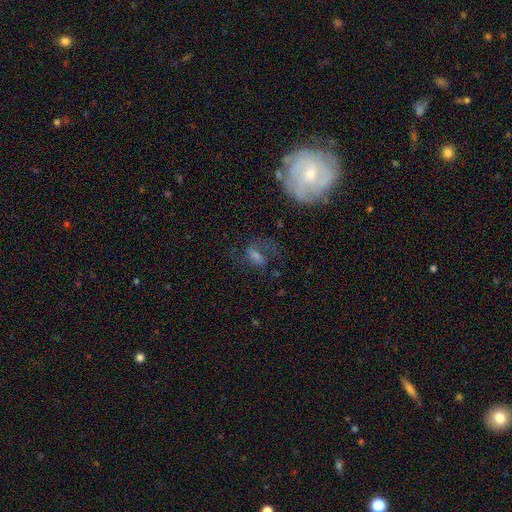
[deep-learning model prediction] This appears to be a featured or disk galaxy (53%). Merging: none (49%).